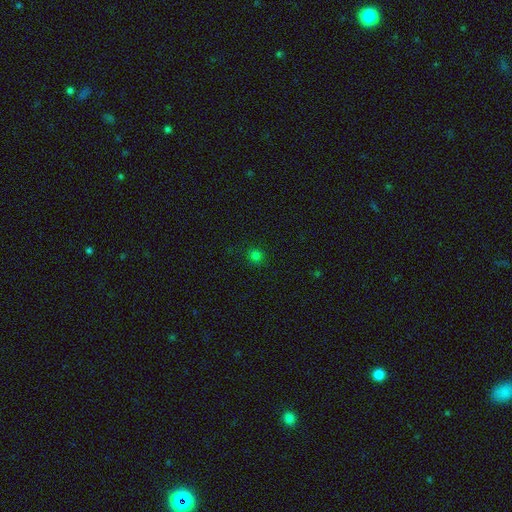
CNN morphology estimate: Smooth or featured?
  - smooth: 76% *
  - star or artifact: 19%
  - featured or disk: 4%
How rounded?
  - round: 90% *
  - in between: 9%
  - cigar-shaped: 1%
Merging?
  - none: 89% *
  - minor disturbance: 8%
  - major disturbance: 2%
  - merger: 1%